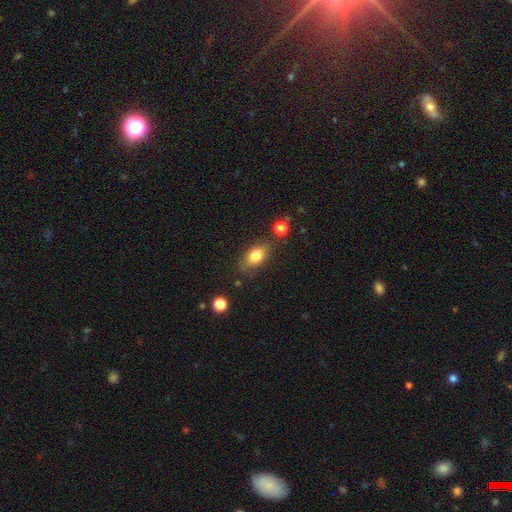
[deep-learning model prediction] The model was most divided on "merging": none: 72%, minor disturbance: 19%, major disturbance: 5%, merger: 4%. More confident: how rounded — in between (86%); smooth or featured — smooth (80%).